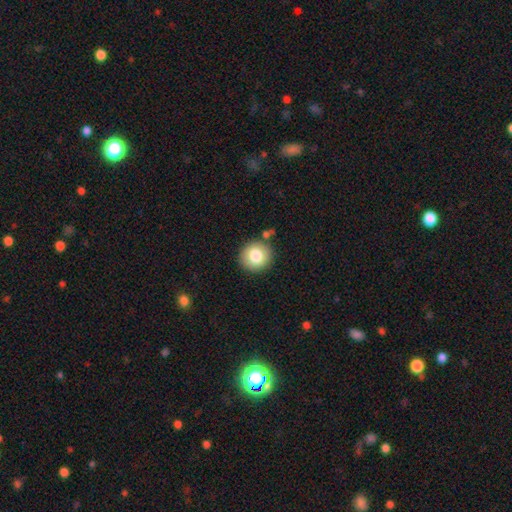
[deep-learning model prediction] Smooth or featured?
  - smooth: 80% *
  - featured or disk: 11%
  - star or artifact: 9%
How rounded?
  - round: 91% *
  - in between: 9%
  - cigar-shaped: 1%
Merging?
  - none: 84% *
  - minor disturbance: 9%
  - merger: 5%
  - major disturbance: 3%